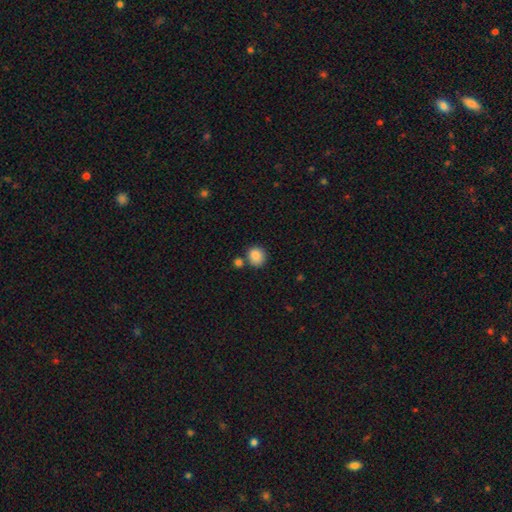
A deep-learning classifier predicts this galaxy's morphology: smooth-or-featured: smooth: 87% | star or artifact: 9% | featured or disk: 4%
  how-rounded: round: 79% | in between: 20% | cigar-shaped: 1%
  merging: none: 70% | merger: 15% | minor disturbance: 12% | major disturbance: 3%